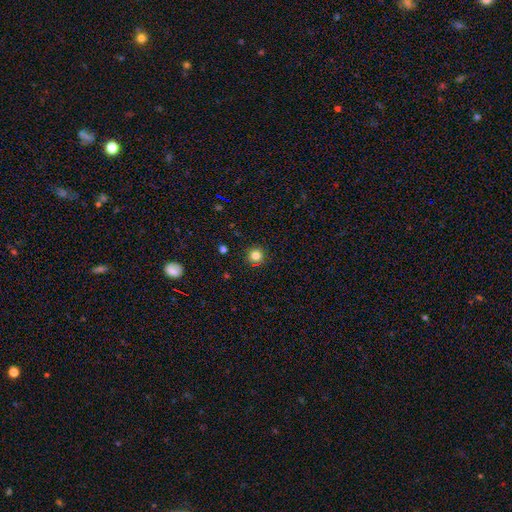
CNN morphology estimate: A smooth galaxy with no disk features (80%) that is round (95%).

Vote fractions:
- Smooth or featured? smooth: 80% / star or artifact: 15% / featured or disk: 5%
- How rounded? round: 95% / in between: 4% / cigar-shaped: 1%
- Merging? none: 90% / minor disturbance: 6% / merger: 2% / major disturbance: 2%